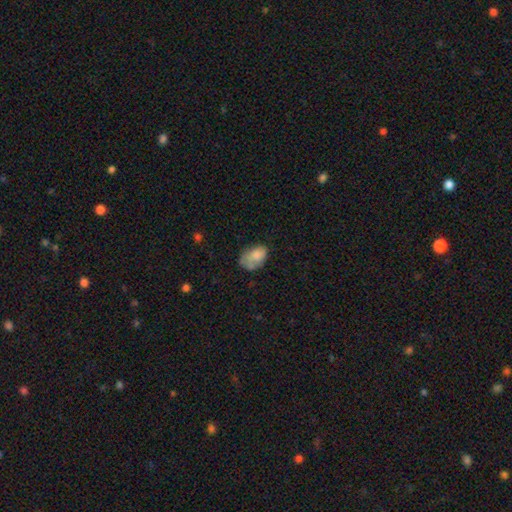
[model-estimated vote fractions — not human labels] Morphology: type=smooth (75%); roundness=in between (85%); merging=none (43%).